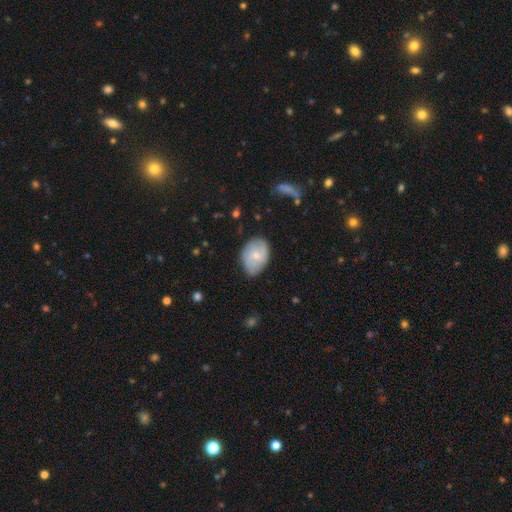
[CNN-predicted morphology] This is possibly a smooth galaxy (54%). How rounded: likely in between (77%). Merging: likely none (70%).